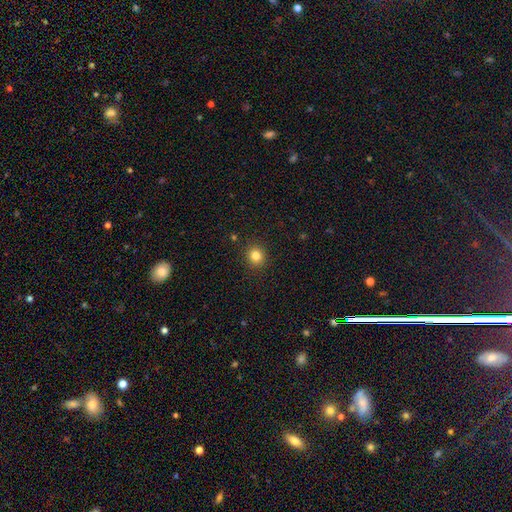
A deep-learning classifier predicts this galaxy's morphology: A smooth galaxy with no disk features (82%) that is round (90%).

Vote fractions:
- Smooth or featured? smooth: 82% / star or artifact: 13% / featured or disk: 6%
- How rounded? round: 90% / in between: 9% / cigar-shaped: 1%
- Merging? none: 91% / minor disturbance: 6% / major disturbance: 2% / merger: 1%